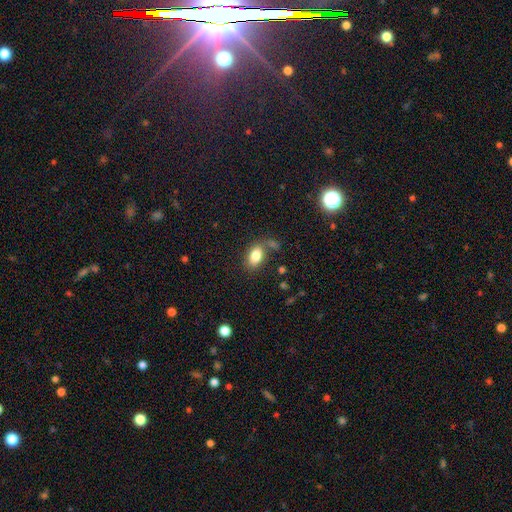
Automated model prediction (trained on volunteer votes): This is clearly a smooth galaxy (83%). How rounded: clearly in between (87%). Merging: likely none (67%).